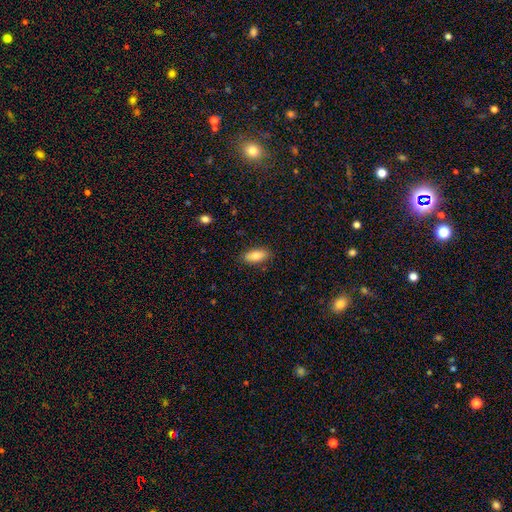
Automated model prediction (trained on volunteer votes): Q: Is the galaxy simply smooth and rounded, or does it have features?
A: smooth — 80%.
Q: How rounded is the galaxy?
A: in between — 83%.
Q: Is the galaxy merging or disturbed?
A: none — 87%.